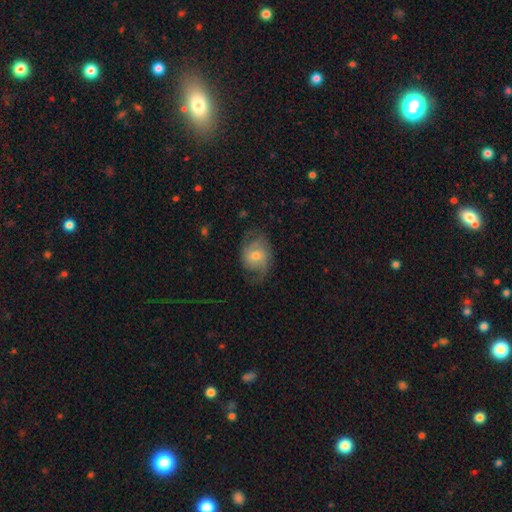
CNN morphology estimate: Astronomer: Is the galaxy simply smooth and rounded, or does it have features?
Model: featured or disk — 60%.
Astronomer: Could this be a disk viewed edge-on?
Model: no — 96%.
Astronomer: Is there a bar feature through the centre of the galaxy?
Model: no — 64%.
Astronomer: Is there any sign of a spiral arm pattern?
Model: yes — 86%.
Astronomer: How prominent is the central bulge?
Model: moderate — 58% (runner-up: small, 34%).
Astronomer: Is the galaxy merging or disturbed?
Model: none — 60%.